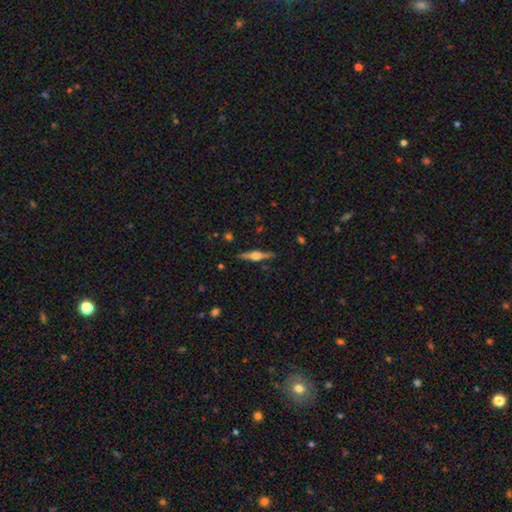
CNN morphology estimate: smooth_or_featured: featured or disk (p=0.75) [alt: smooth p=0.19]
disk_edge_on: yes (p=0.98) [alt: no p=0.02]
edge_on_bulge: rounded (p=0.92) [alt: boxy p=0.06]
merging: none (p=0.89) [alt: minor disturbance p=0.08]